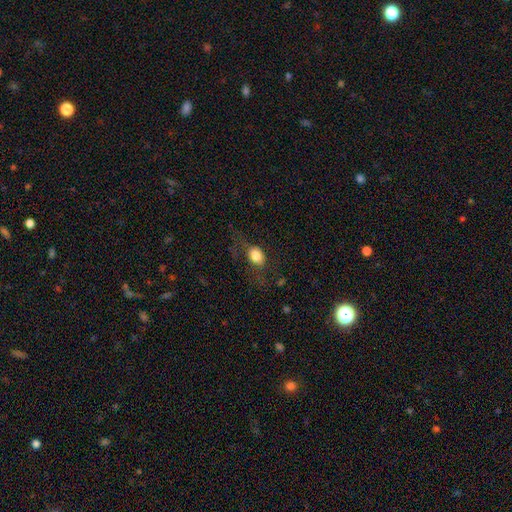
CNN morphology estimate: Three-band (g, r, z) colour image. It shows a smooth galaxy with no disk features (76%) that is in between round and cigar-shaped (57%). Merging: none (53%).